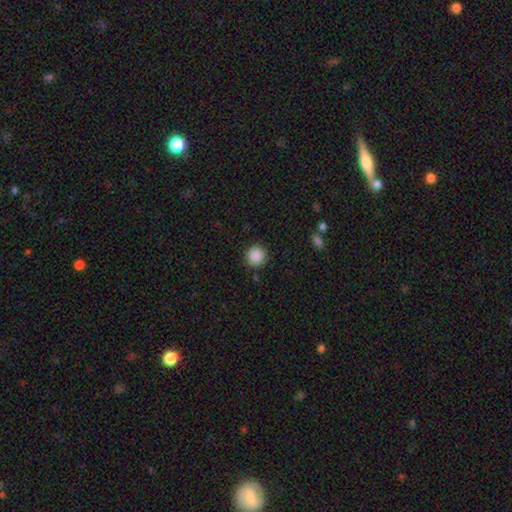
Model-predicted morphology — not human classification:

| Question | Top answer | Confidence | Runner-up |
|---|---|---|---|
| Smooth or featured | smooth | 89% | star or artifact (9%) |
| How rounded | round | 91% | in between (8%) |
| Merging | none | 90% | minor disturbance (7%) |